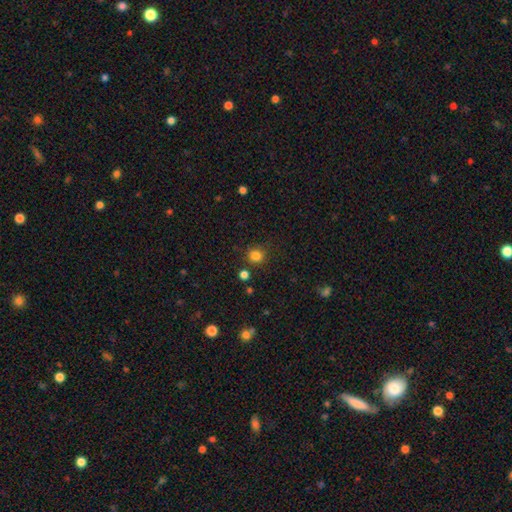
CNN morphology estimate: smooth_or_featured: smooth (p=0.82) [alt: star or artifact p=0.14]
how_rounded: round (p=0.92) [alt: in between p=0.07]
merging: none (p=0.86) [alt: minor disturbance p=0.08]